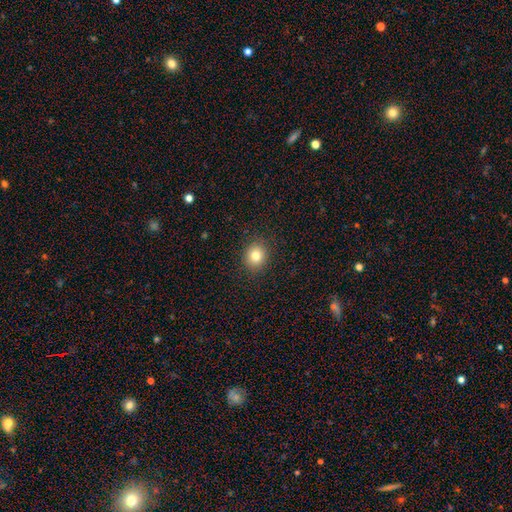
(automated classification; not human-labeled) Smooth or featured? Predicted: smooth (p=0.80). How rounded? Predicted: round (p=0.73). Merging? Predicted: none (p=0.89).